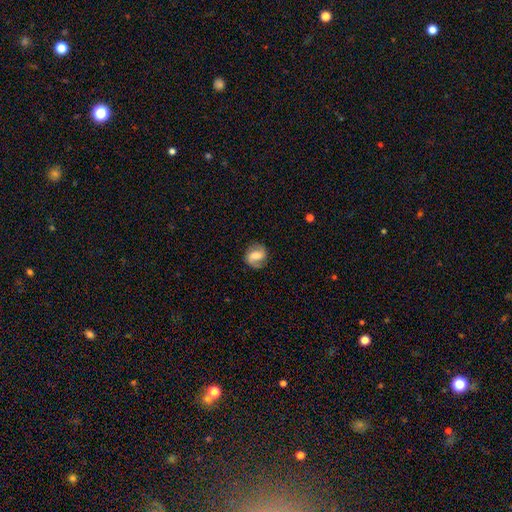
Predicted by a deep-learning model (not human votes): Smooth or featured?
  - featured or disk: 61% *
  - smooth: 32%
  - star or artifact: 7%
Edge-on disk?
  - no: 97% *
  - yes: 3%
Bar?
  - weak: 47% *
  - no: 29%
  - strong: 24%
Spiral arms?
  - yes: 90% *
  - no: 10%
Spiral winding?
  - medium: 44% *
  - tight: 29%
  - loose: 27%
Spiral arm count?
  - 2: 70% *
  - 1: 21%
  - can't tell: 6%
  - 3: 1%
  - 4: 1%
  - more than 4: 1%
Bulge size?
  - moderate: 43% *
  - small: 25%
  - large: 20%
  - none: 10%
  - dominant: 3%
Merging?
  - none: 75% *
  - minor disturbance: 17%
  - major disturbance: 8%
  - merger: 1%